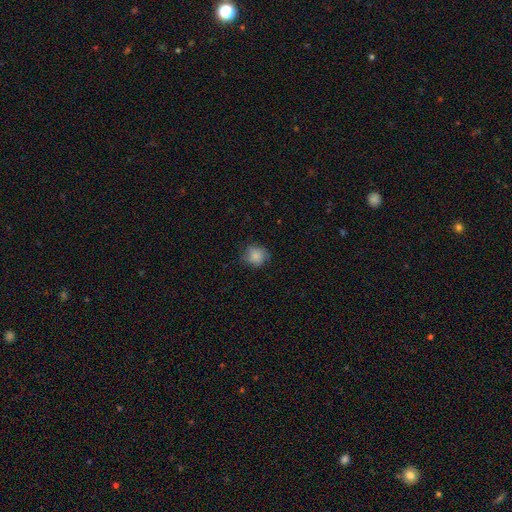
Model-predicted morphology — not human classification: Smooth or featured? Predicted: smooth (p=0.83). How rounded? Predicted: round (p=0.82). Merging? Predicted: none (p=0.76).